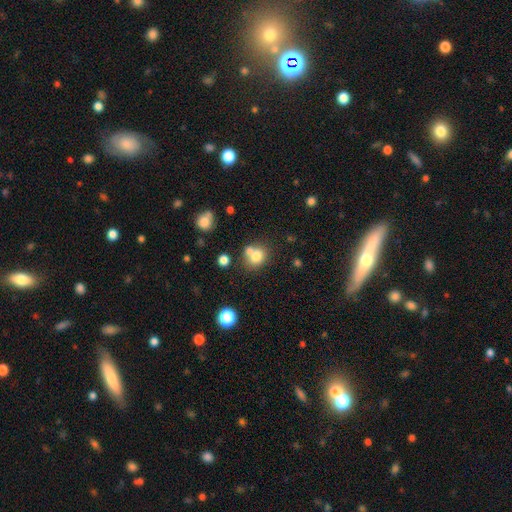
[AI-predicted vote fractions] A smooth galaxy with no disk features (76%) that is round (72%). Merging: none (51%).